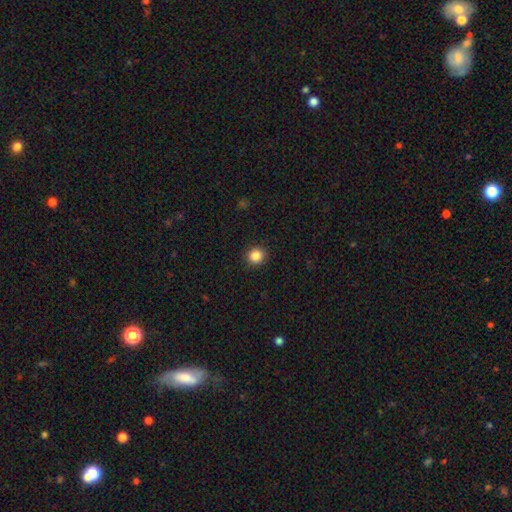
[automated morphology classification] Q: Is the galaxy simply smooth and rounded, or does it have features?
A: smooth — 86%.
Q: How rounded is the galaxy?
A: round — 89%.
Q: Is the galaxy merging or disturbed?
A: none — 92%.